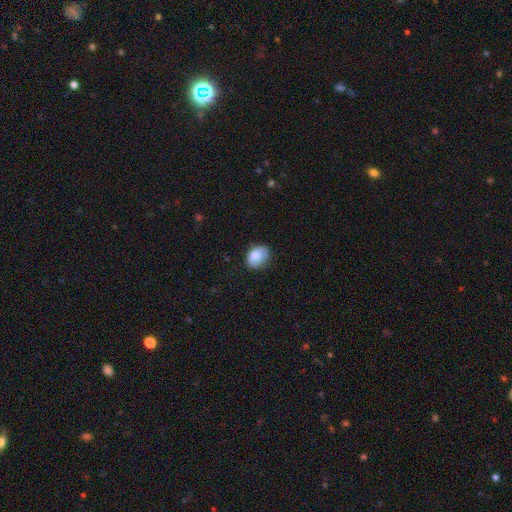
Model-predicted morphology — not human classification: Overall: smooth (82%). How rounded: in between (63%; round 36%). Merging: none (69%).